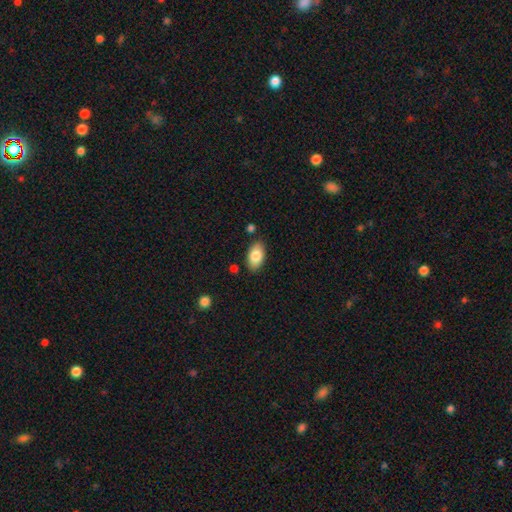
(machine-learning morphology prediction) This is clearly a smooth galaxy (82%). How rounded: clearly in between (94%). Merging: clearly none (84%).